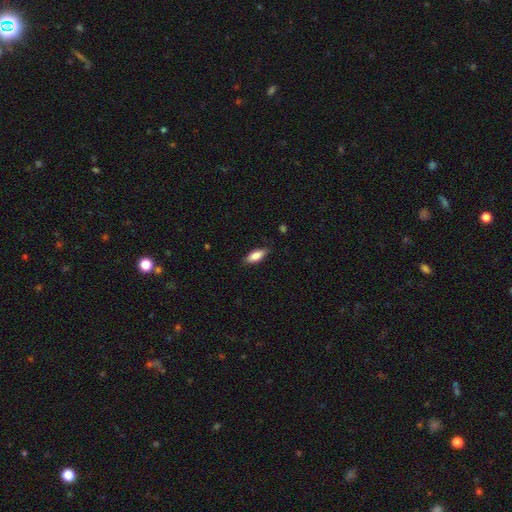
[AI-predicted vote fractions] A smooth galaxy with no disk features (78%) that is in between round and cigar-shaped (72%).

Vote fractions:
- Smooth or featured? smooth: 78% / featured or disk: 15% / star or artifact: 6%
- How rounded? in between: 72% / cigar-shaped: 26% / round: 2%
- Merging? none: 84% / minor disturbance: 12% / major disturbance: 2% / merger: 1%